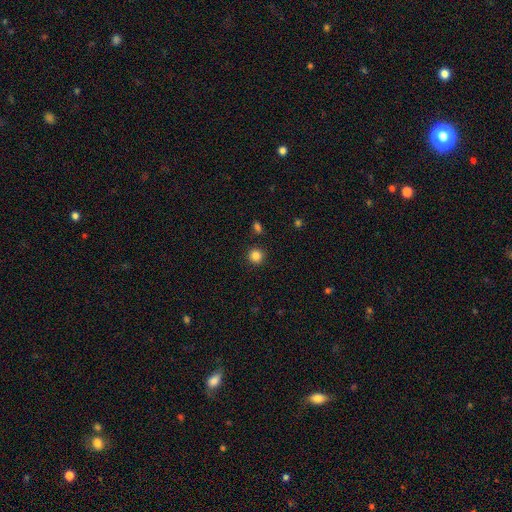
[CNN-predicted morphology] Smooth or featured?
  - smooth: 85% *
  - star or artifact: 12%
  - featured or disk: 4%
How rounded?
  - round: 94% *
  - in between: 5%
  - cigar-shaped: 1%
Merging?
  - none: 91% *
  - minor disturbance: 5%
  - merger: 2%
  - major disturbance: 2%